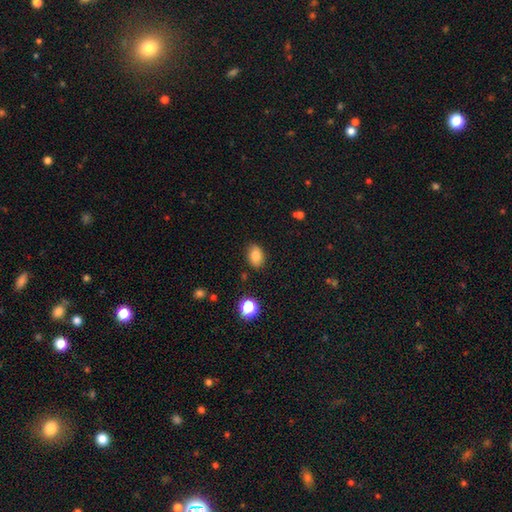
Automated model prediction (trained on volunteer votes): smooth-or-featured: smooth: 83% | star or artifact: 10% | featured or disk: 7%
  how-rounded: in between: 76% | round: 23% | cigar-shaped: 1%
  merging: none: 84% | minor disturbance: 11% | major disturbance: 3% | merger: 2%